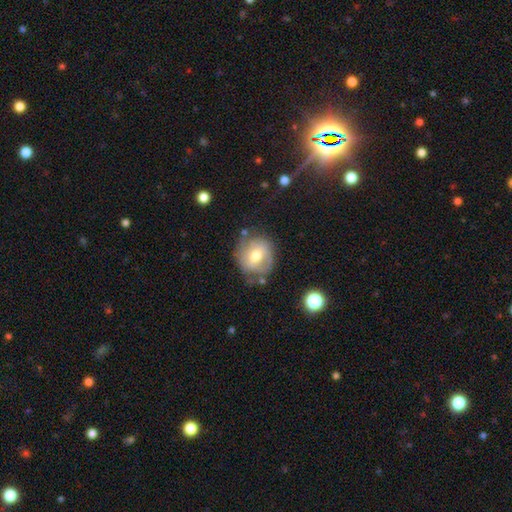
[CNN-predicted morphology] Smooth or featured? smooth (47%)
Merging? none (62%)